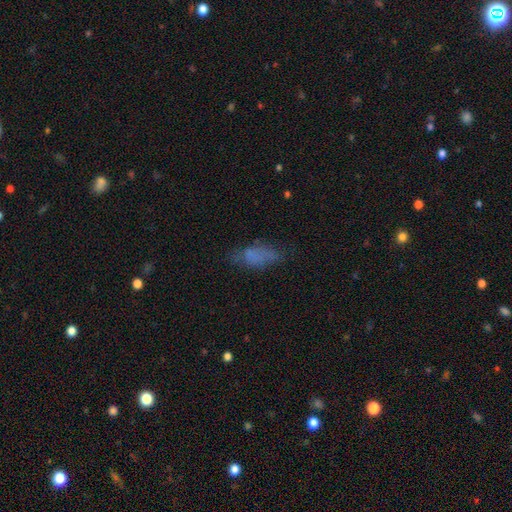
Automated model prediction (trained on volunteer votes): Smooth or featured?
  - smooth: 64% *
  - featured or disk: 23%
  - star or artifact: 13%
How rounded?
  - in between: 69% *
  - cigar-shaped: 28%
  - round: 3%
Merging?
  - none: 54% *
  - minor disturbance: 26%
  - major disturbance: 17%
  - merger: 3%